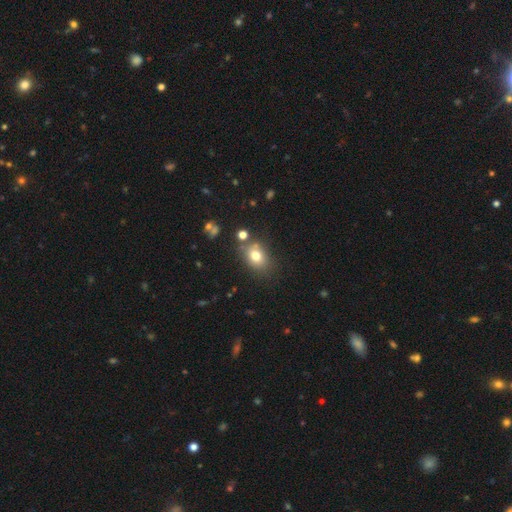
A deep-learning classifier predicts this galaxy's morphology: Smooth or featured? Predicted: smooth (p=0.76). How rounded? Predicted: in between (p=0.62). Merging? Predicted: none (p=0.69).